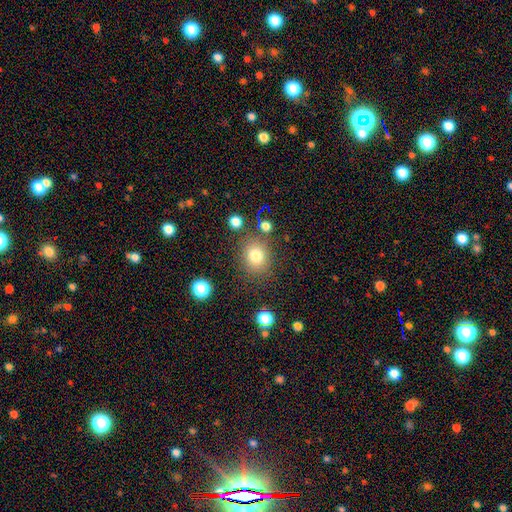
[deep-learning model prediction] A smooth galaxy with no disk features (78%) that is round (75%). Merging: none (79%).